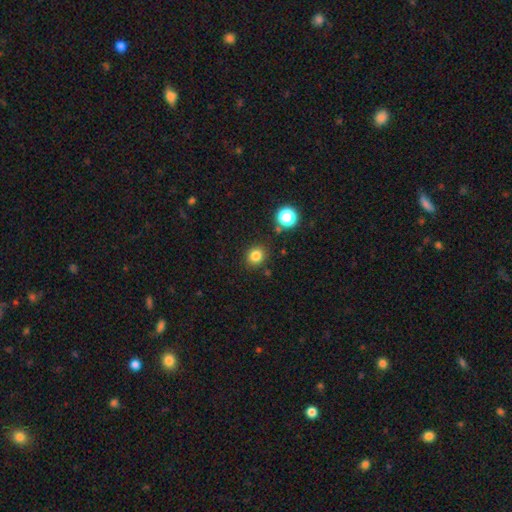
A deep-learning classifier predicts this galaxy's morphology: smooth-or-featured: smooth: 81% | star or artifact: 14% | featured or disk: 5%
  how-rounded: round: 77% | in between: 22% | cigar-shaped: 1%
  merging: none: 85% | minor disturbance: 9% | merger: 3% | major disturbance: 3%